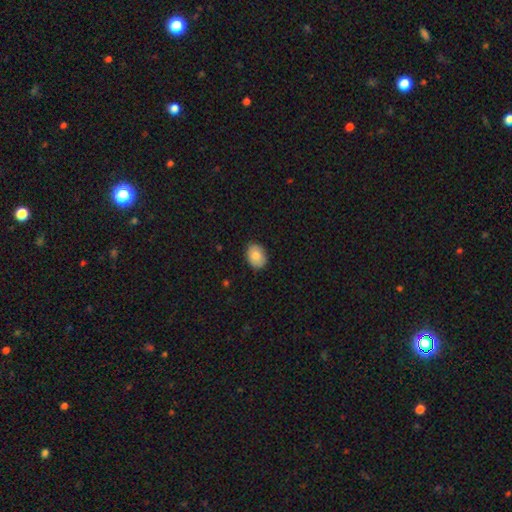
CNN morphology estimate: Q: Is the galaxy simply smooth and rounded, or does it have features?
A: smooth — 85%.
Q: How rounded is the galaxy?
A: in between — 72%.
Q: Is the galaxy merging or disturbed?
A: none — 86%.